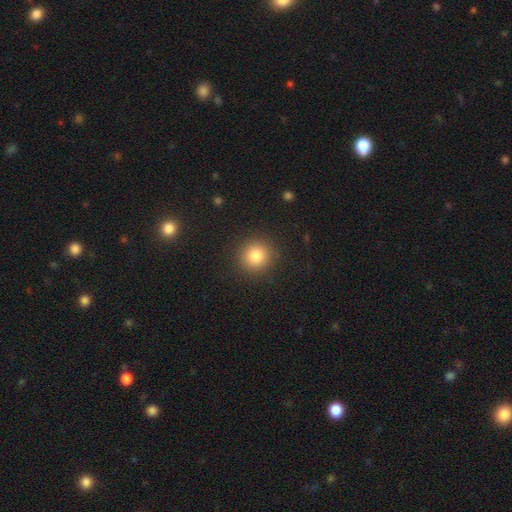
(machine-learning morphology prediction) Overall: smooth (83%). How rounded: round (89%). Merging: none (90%).